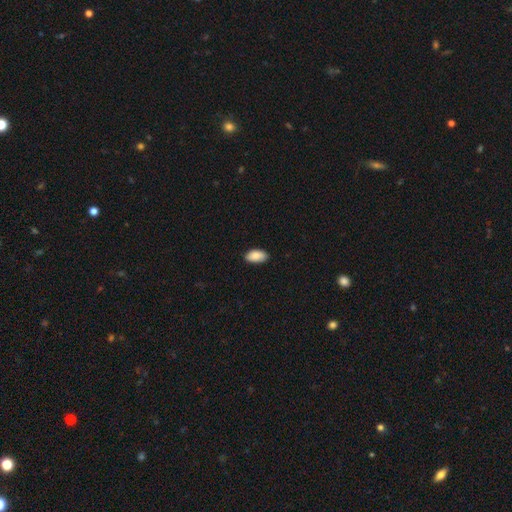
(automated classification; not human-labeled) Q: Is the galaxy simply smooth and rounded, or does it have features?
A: smooth — 89%.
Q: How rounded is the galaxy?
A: in between — 95%.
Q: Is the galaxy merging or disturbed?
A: none — 86%.